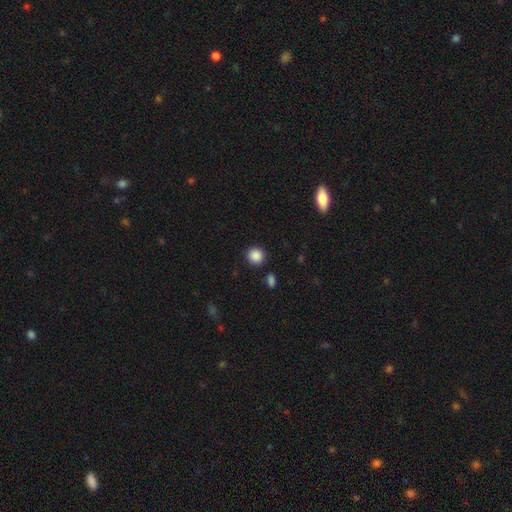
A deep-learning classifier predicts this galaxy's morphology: Smooth or featured: smooth — 88% (star or artifact — 9%)
How rounded: round — 91% (in between — 8%)
Merging: none — 89% (minor disturbance — 6%)